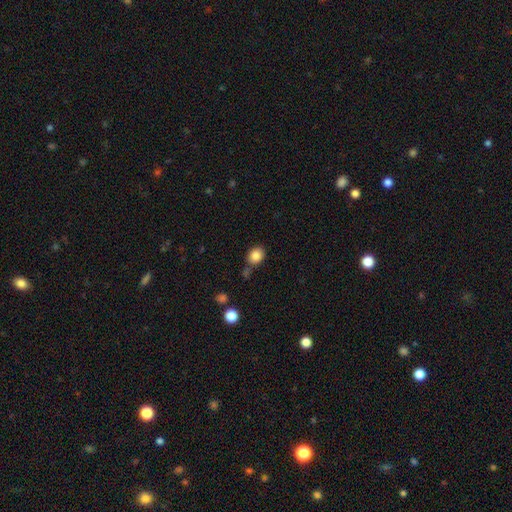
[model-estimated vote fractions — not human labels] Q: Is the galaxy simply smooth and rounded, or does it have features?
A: smooth — 85%.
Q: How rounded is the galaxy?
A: round — 56%.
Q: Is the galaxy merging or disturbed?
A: none — 67%.